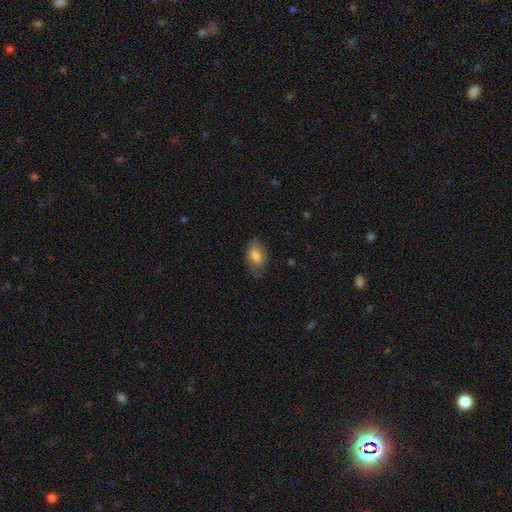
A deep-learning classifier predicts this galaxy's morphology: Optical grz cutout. It shows a smooth galaxy with no disk features (78%) that is in between round and cigar-shaped (88%). Merging: none (69%).